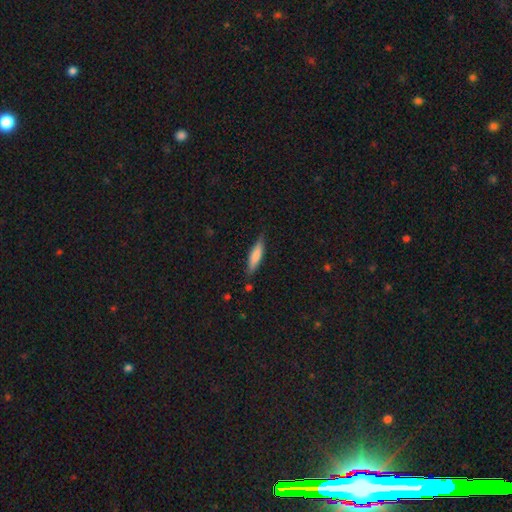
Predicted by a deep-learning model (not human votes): Smooth or featured? smooth (72%)
How rounded? cigar-shaped (73%)
Merging? none (80%)